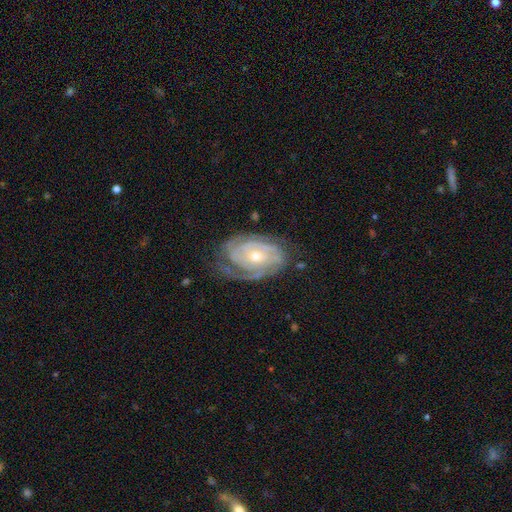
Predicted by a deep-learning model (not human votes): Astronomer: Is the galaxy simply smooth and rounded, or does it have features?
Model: featured or disk — 88%.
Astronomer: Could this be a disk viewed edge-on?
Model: no — 96%.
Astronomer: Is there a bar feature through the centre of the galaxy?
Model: no — 72%.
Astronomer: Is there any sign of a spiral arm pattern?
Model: yes — 96%.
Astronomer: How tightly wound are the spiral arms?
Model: tight — 73%.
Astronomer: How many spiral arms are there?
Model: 2 — 33% (runner-up: can't tell, 26%).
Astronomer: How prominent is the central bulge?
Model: small — 50% (runner-up: moderate, 47%).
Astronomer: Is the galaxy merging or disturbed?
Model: none — 67%.